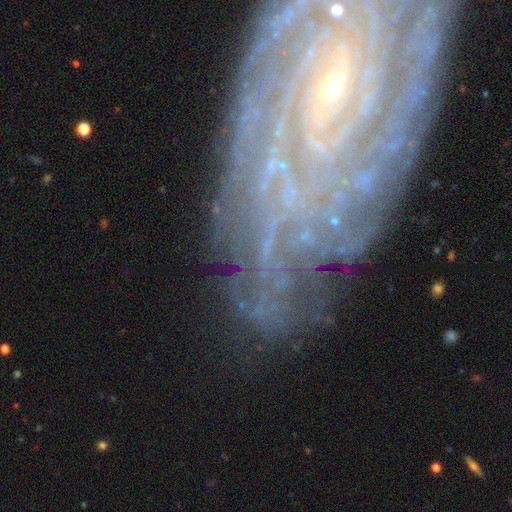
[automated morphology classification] A featured or disk galaxy (64%) with no bar (58%), spiral arms (77%) and a small central bulge (52%).

Vote fractions:
- Smooth or featured? featured or disk: 64% / star or artifact: 24% / smooth: 12%
- Edge-on disk? no: 93% / yes: 7%
- Bar? no: 58% / weak: 24% / strong: 17%
- Spiral arms? yes: 77% / no: 23%
- Bulge size? small: 52% / none: 22% / moderate: 19% / large: 4% / dominant: 3%
- Merging? none: 60% / minor disturbance: 18% / major disturbance: 17% / merger: 5%